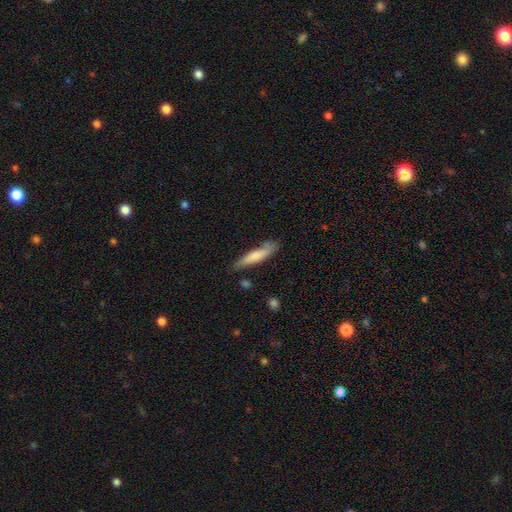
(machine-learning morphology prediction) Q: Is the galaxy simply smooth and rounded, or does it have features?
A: smooth — 75%.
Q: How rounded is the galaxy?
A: cigar-shaped — 84%.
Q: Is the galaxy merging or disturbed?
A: none — 70%.